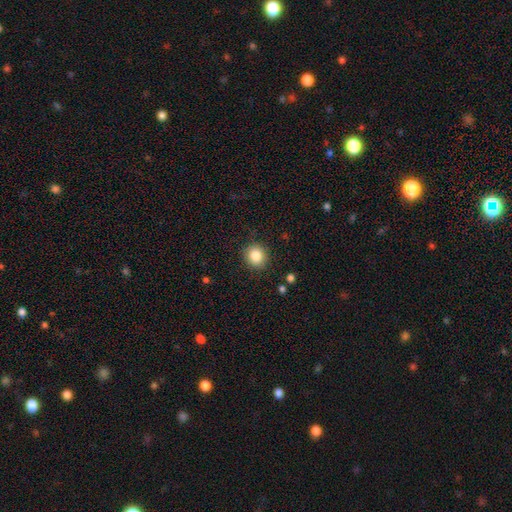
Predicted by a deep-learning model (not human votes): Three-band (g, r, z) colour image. It shows a smooth galaxy with no disk features (84%) that is round (88%). Merging: none (90%).